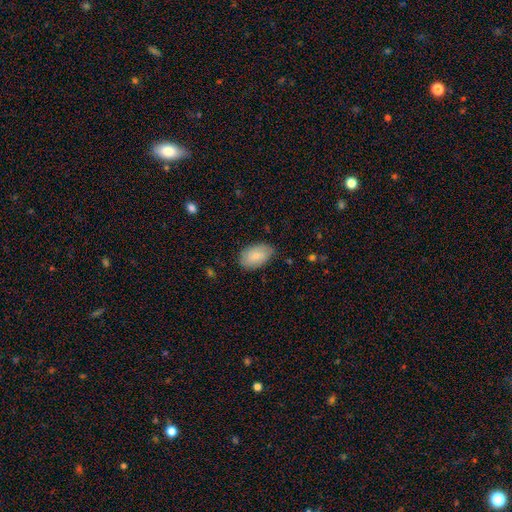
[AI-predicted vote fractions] The model was most divided on "smooth or featured": smooth: 74%, featured or disk: 20%, star or artifact: 6%. More confident: how rounded — in between (92%); merging — none (78%).